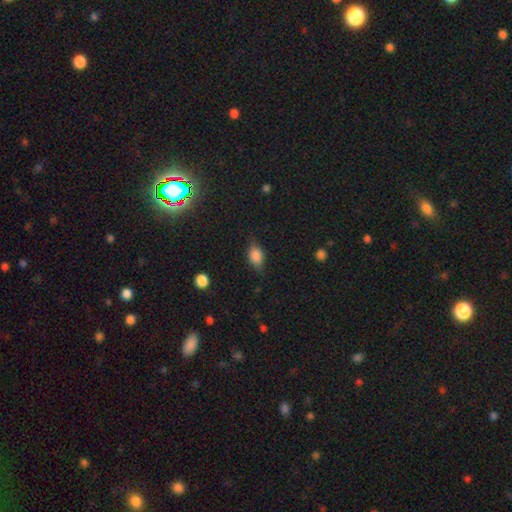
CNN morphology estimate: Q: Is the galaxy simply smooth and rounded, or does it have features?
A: smooth — 74%.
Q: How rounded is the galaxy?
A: in between — 75%.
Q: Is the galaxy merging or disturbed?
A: none — 71%.